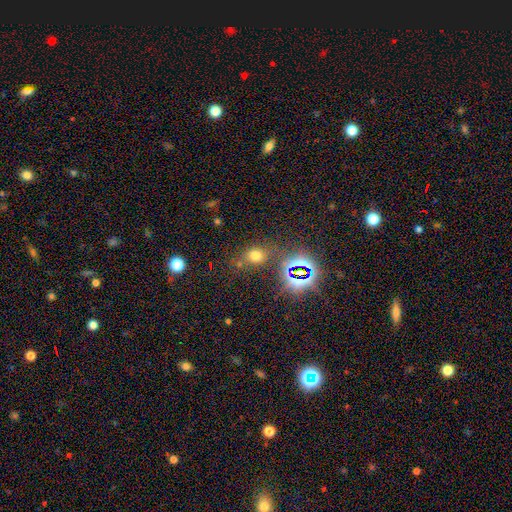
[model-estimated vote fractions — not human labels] Smooth or featured: smooth — 60% (star or artifact — 31%)
How rounded: in between — 52% (round — 46%)
Merging: none — 72% (minor disturbance — 14%)